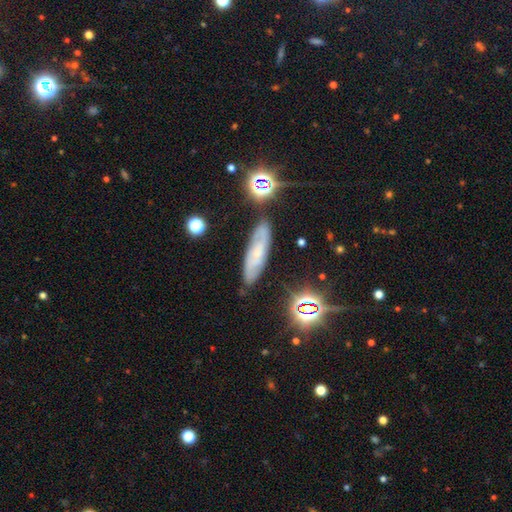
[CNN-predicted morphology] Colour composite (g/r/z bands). It shows a featured or disk galaxy (52%). Merging: none (78%).